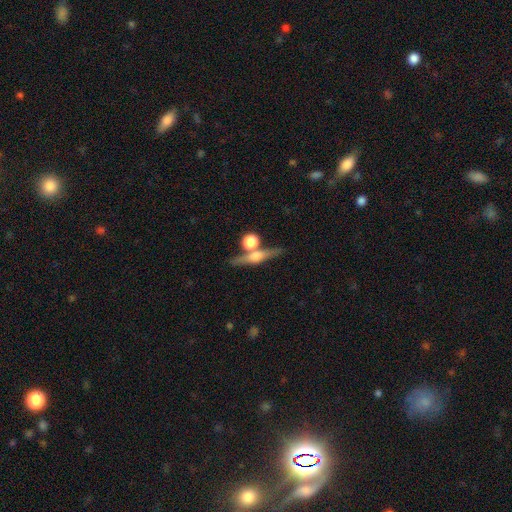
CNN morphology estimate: featured or disk 63%, smooth 29%, star or artifact 8%. Down the decision tree: edge-on disk — yes (94%); edge-on bulge — rounded (88%); merging — none (68%).